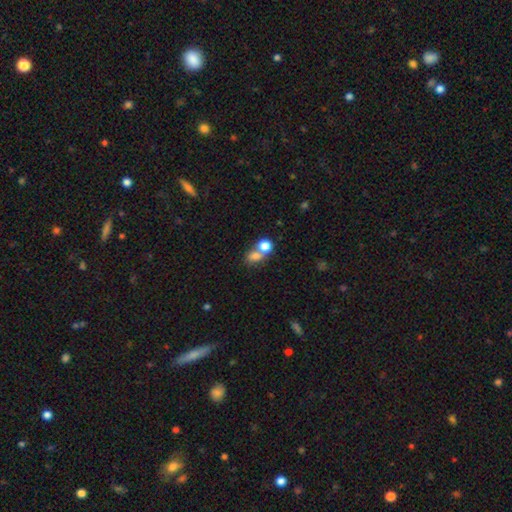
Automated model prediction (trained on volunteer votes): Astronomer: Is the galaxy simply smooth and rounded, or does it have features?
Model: smooth — 73%.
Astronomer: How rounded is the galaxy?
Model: round — 50% (runner-up: in between, 48%).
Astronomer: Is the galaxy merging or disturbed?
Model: merger — 49% (runner-up: none, 37%).